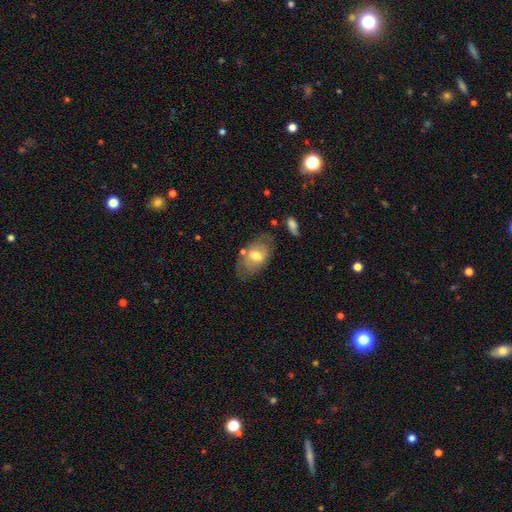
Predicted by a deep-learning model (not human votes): Morphology: type=smooth (56%); roundness=in between (89%); merging=none (64%).